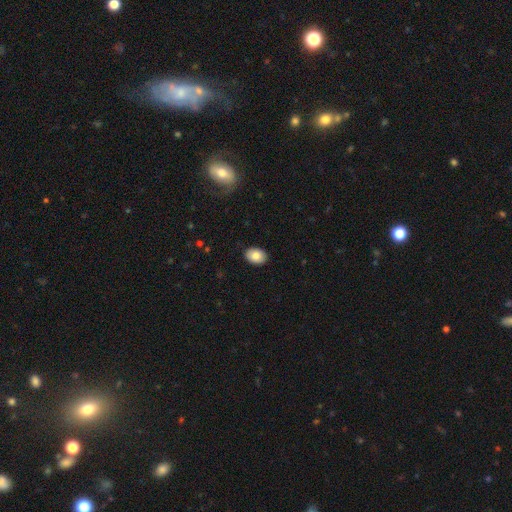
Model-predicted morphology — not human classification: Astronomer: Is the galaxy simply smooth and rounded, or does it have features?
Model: smooth — 84%.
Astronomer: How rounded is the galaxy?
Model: in between — 79%.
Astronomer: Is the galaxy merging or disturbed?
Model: none — 89%.